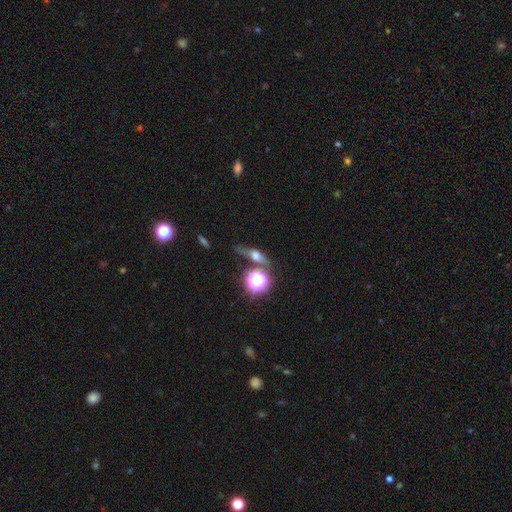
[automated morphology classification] Smooth or featured?
  - smooth: 42% *
  - featured or disk: 35%
  - star or artifact: 23%
Merging?
  - none: 64% *
  - minor disturbance: 17%
  - merger: 11%
  - major disturbance: 8%